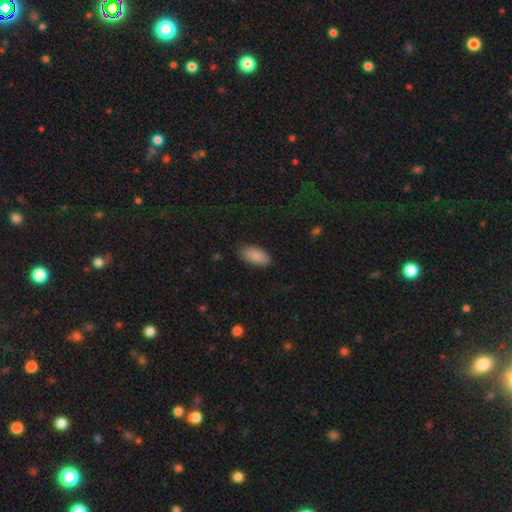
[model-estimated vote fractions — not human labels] smooth_or_featured: smooth (p=0.89) [alt: star or artifact p=0.06]
how_rounded: in between (p=0.90) [alt: cigar-shaped p=0.08]
merging: none (p=0.85) [alt: minor disturbance p=0.12]